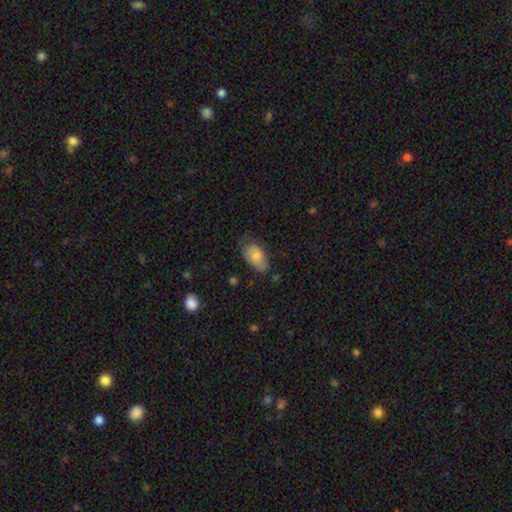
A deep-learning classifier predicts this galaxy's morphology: smooth_or_featured: smooth (p=0.78) [alt: featured or disk p=0.14]
how_rounded: in between (p=0.93) [alt: round p=0.04]
merging: none (p=0.47) [alt: minor disturbance p=0.36]